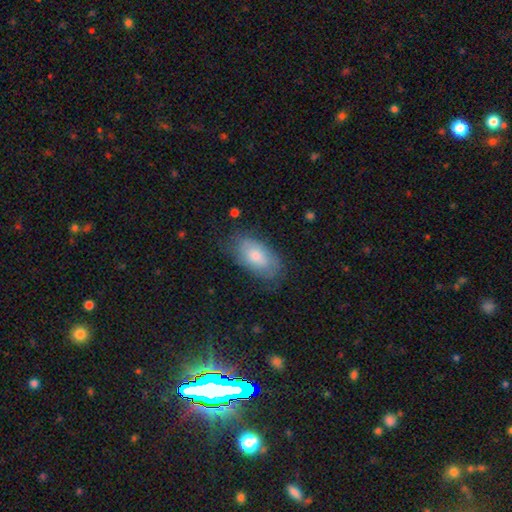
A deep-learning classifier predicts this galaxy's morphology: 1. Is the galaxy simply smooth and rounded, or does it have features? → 67% smooth, 26% featured or disk, 7% star or artifact.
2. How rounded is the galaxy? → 93% in between, 4% round, 3% cigar-shaped.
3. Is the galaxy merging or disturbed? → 70% none, 22% minor disturbance, 7% major disturbance, 1% merger.